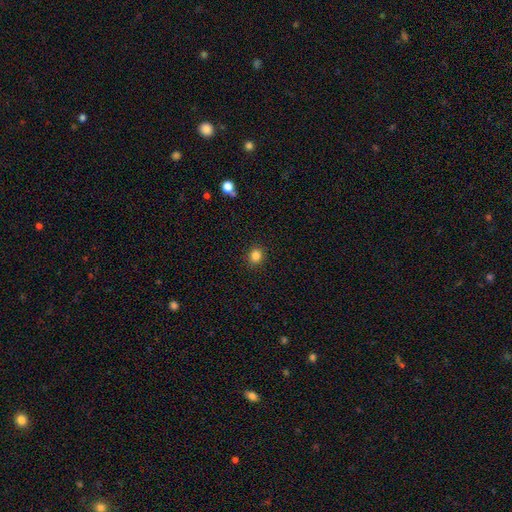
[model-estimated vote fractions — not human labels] A smooth galaxy with no disk features (84%) that is round (76%).

Vote fractions:
- Smooth or featured? smooth: 84% / star or artifact: 12% / featured or disk: 4%
- How rounded? round: 76% / in between: 23% / cigar-shaped: 1%
- Merging? none: 91% / minor disturbance: 6% / major disturbance: 2% / merger: 1%